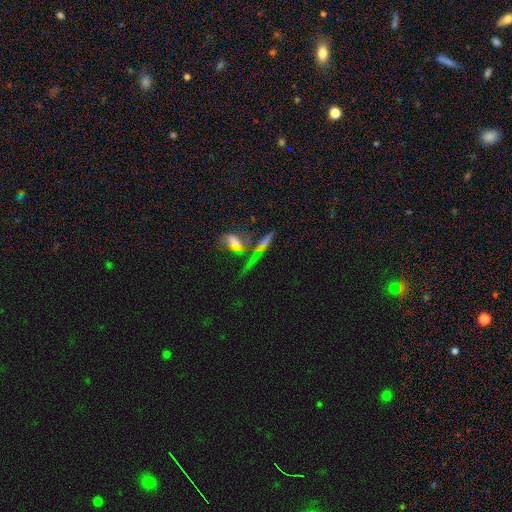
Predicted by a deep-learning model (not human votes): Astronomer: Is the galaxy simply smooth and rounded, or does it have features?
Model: featured or disk — 40% (runner-up: smooth, 33%).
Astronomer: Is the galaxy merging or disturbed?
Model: none — 51%.